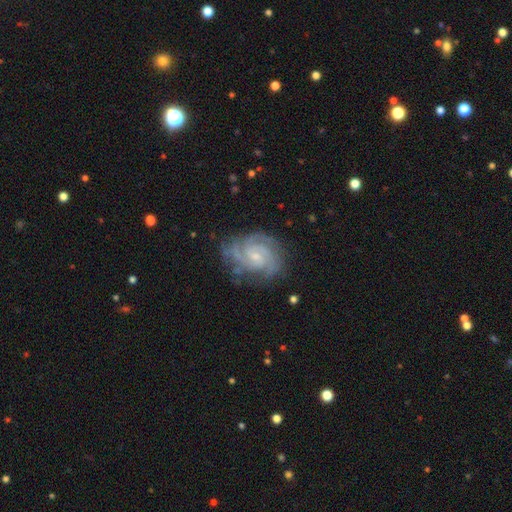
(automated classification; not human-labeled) featured or disk 90%, star or artifact 5%, smooth 5%. Down the decision tree: edge-on disk — no (98%); bar — no (53%); spiral arms — yes (98%); spiral arm count — 3 (32%, tied with 2); spiral winding — tight (65%); bulge size — small (71%); merging — none (75%).